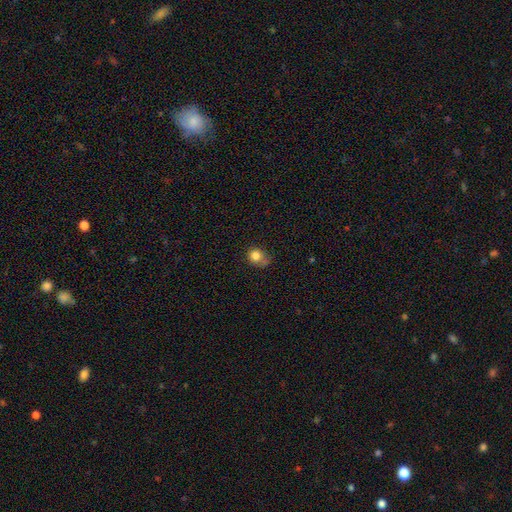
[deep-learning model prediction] smooth 80%, star or artifact 11%, featured or disk 9%. Down the decision tree: how rounded — round (74%); merging — none (44%).